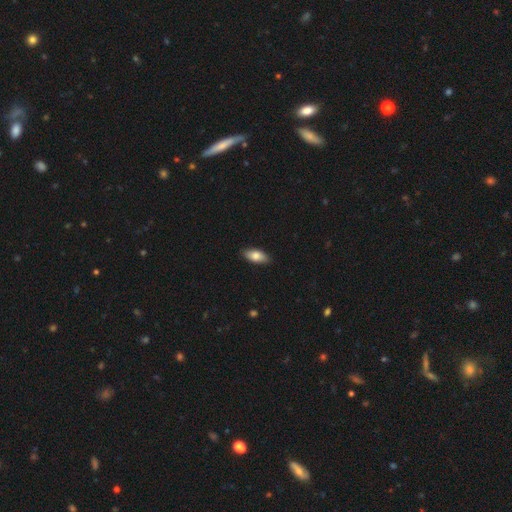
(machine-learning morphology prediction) Smooth or featured?
  - smooth: 80% *
  - featured or disk: 14%
  - star or artifact: 6%
How rounded?
  - in between: 86% *
  - cigar-shaped: 12%
  - round: 3%
Merging?
  - none: 88% *
  - minor disturbance: 9%
  - major disturbance: 2%
  - merger: 1%